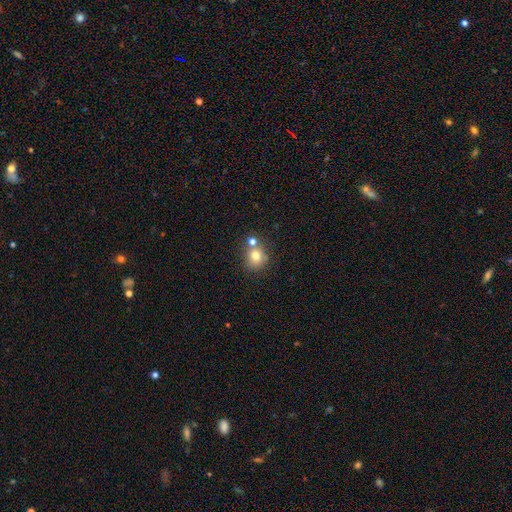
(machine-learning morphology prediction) A smooth galaxy with no disk features (76%) that is round (82%). Merging: none (57%).